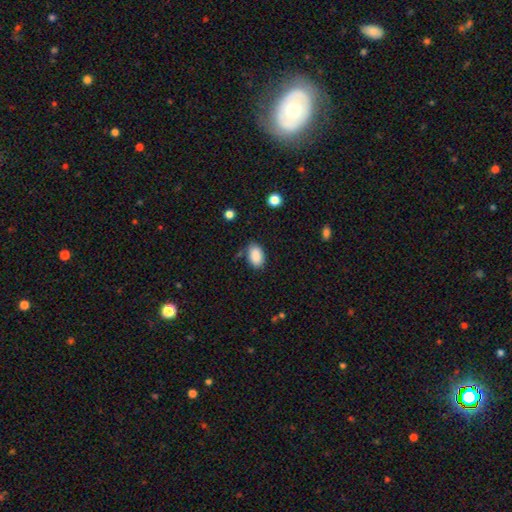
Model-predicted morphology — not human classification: A smooth galaxy with no disk features (89%) that is in between round and cigar-shaped (89%).

Vote fractions:
- Smooth or featured? smooth: 89% / star or artifact: 7% / featured or disk: 4%
- How rounded? in between: 89% / round: 9% / cigar-shaped: 1%
- Merging? none: 80% / minor disturbance: 14% / major disturbance: 3% / merger: 3%